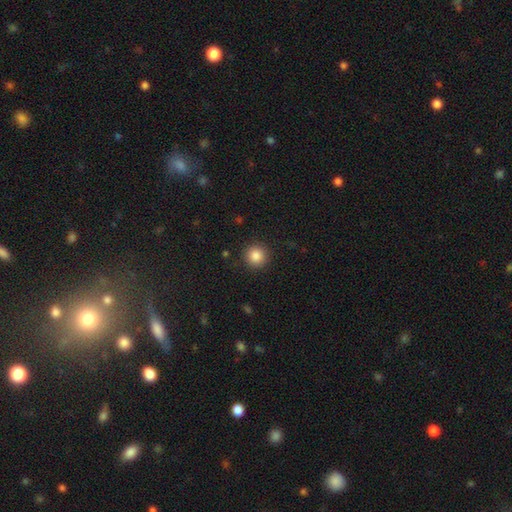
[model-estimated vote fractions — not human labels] smooth-or-featured: smooth: 86% | star or artifact: 10% | featured or disk: 4%
  how-rounded: round: 95% | in between: 4% | cigar-shaped: 1%
  merging: none: 90% | minor disturbance: 6% | major disturbance: 2% | merger: 1%